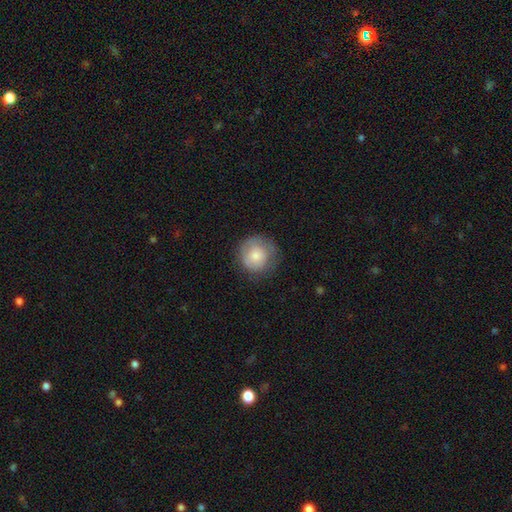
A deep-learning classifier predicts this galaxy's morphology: smooth_or_featured: smooth (p=0.74) [alt: featured or disk p=0.19]
how_rounded: round (p=0.92) [alt: in between p=0.07]
merging: none (p=0.71) [alt: minor disturbance p=0.20]